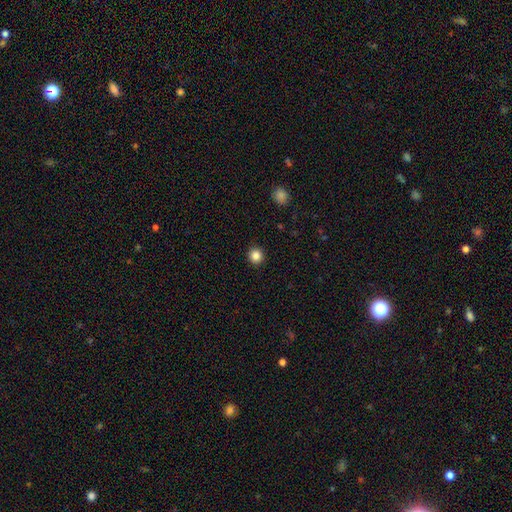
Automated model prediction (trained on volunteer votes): Morphology: type=smooth (85%); roundness=round (92%); merging=none (93%).